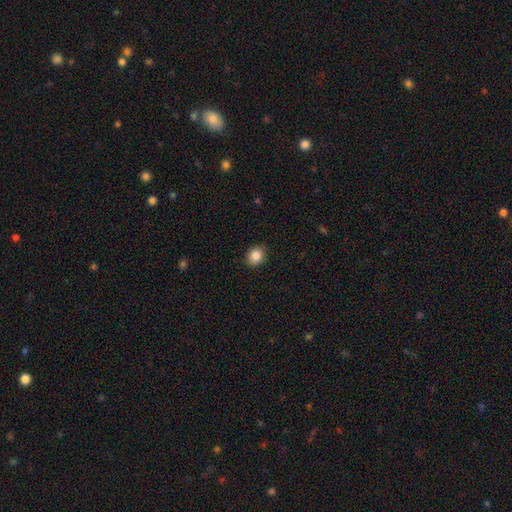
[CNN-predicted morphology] Smooth or featured? Predicted: smooth (p=0.85). How rounded? Predicted: round (p=0.60). Merging? Predicted: none (p=0.88).